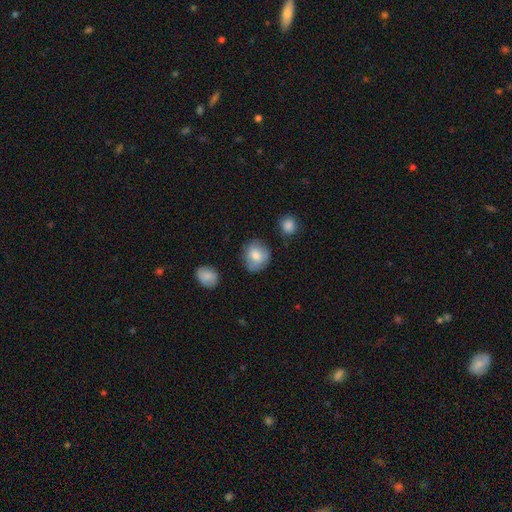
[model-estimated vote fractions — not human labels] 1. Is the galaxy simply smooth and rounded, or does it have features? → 79% smooth, 14% featured or disk, 8% star or artifact.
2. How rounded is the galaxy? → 74% round, 25% in between, 1% cigar-shaped.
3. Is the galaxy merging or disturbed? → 72% none, 21% minor disturbance, 5% major disturbance, 3% merger.